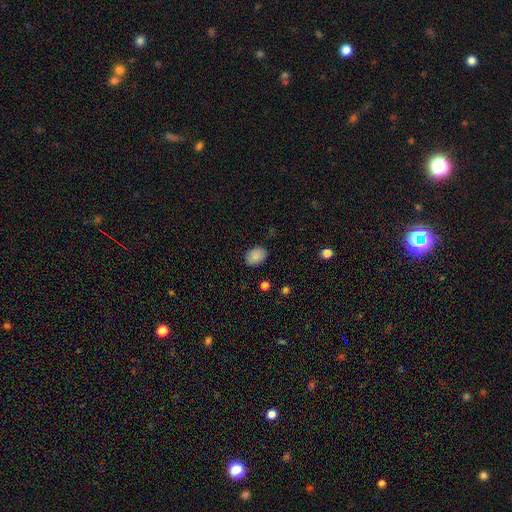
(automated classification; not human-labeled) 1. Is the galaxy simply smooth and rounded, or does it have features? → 88% smooth, 8% star or artifact, 4% featured or disk.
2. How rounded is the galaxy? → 68% in between, 31% round, 1% cigar-shaped.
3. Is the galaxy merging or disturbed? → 85% none, 11% minor disturbance, 3% major disturbance, 1% merger.